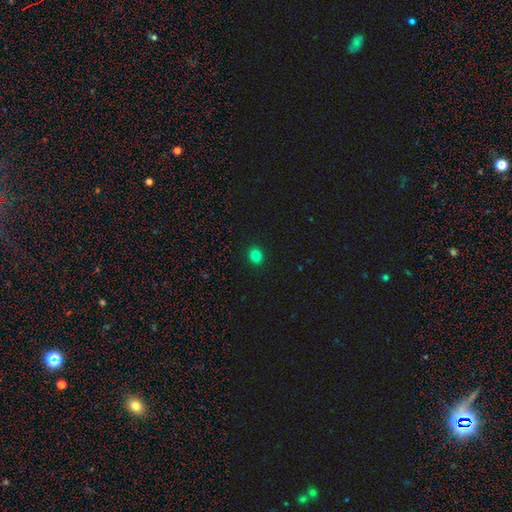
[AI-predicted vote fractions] A smooth galaxy with no disk features (83%) that is round (72%).

Vote fractions:
- Smooth or featured? smooth: 83% / star or artifact: 13% / featured or disk: 4%
- How rounded? round: 72% / in between: 27% / cigar-shaped: 1%
- Merging? none: 92% / minor disturbance: 5% / major disturbance: 2% / merger: 1%